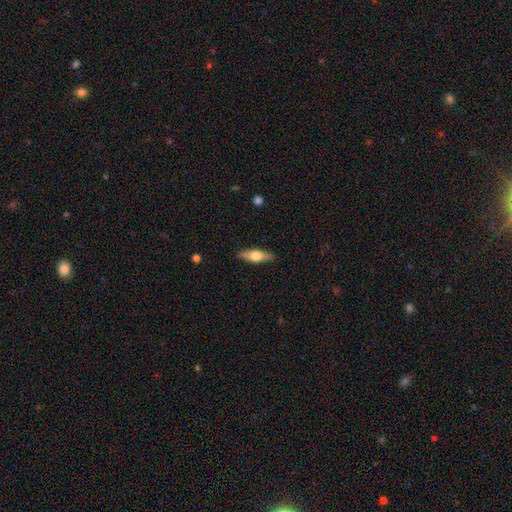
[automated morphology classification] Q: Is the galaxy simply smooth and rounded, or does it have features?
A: smooth — 55%.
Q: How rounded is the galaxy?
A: in between — 50%.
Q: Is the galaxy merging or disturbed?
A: none — 88%.